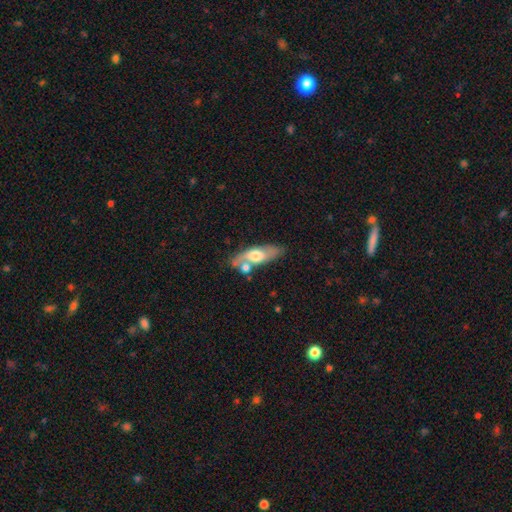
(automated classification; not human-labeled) smooth 51%, featured or disk 44%, star or artifact 6%. Down the decision tree: how rounded — in between (66%); merging — none (61%).